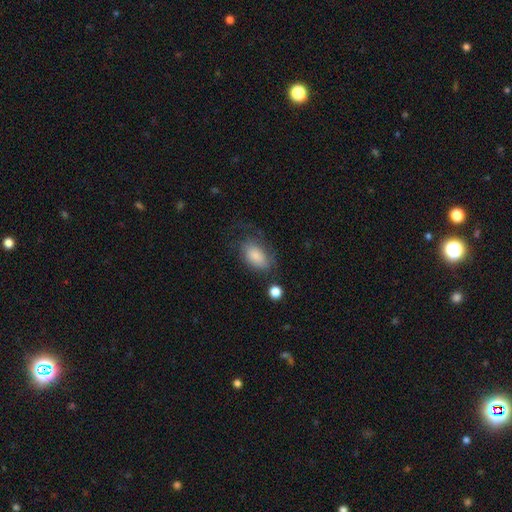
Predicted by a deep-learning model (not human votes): This is likely a smooth galaxy (76%). How rounded: clearly in between (90%). Merging: possibly none (45%).